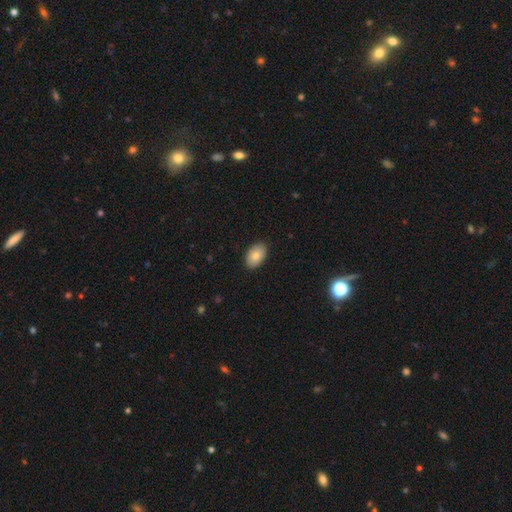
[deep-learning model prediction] Overall: smooth (81%). How rounded: in between (91%). Merging: none (88%).